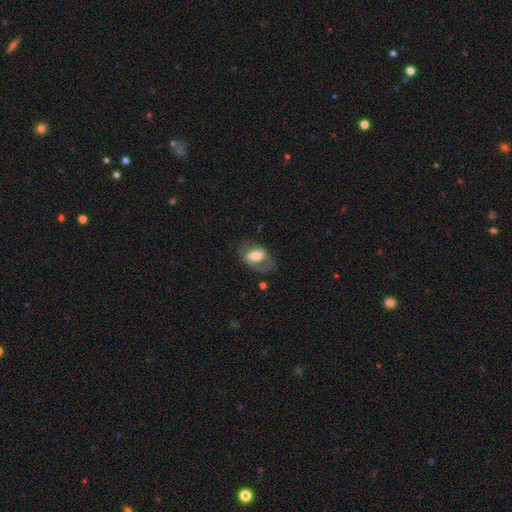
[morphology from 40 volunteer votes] smooth 57%, featured or disk 40%, star or artifact 2%. Down the decision tree: how rounded — in between (100%); merging — none (59%).